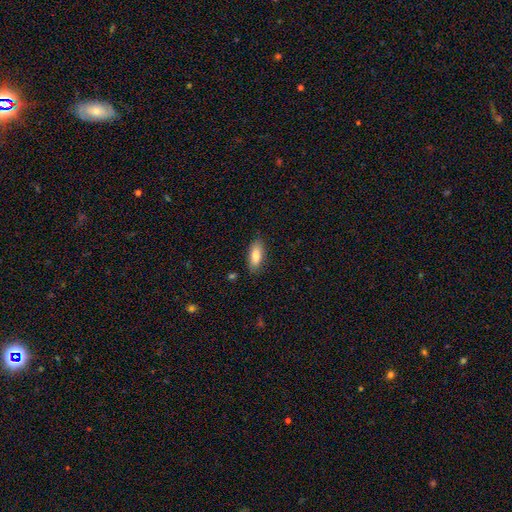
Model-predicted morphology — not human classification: Q: Smooth or featured?
A: smooth (83%); runner-up: featured or disk (11%)
Q: How rounded?
A: in between (82%); runner-up: cigar-shaped (16%)
Q: Merging?
A: none (84%); runner-up: minor disturbance (12%)